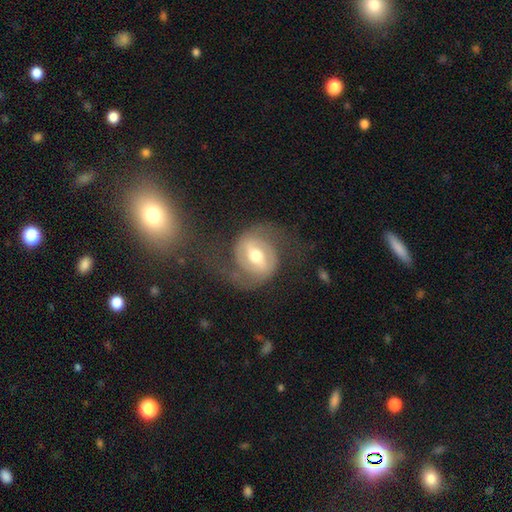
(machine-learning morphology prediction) Smooth or featured? featured or disk (83%)
Edge-on disk? no (97%)
Bar? strong (44%)
Spiral arms? yes (92%)
Spiral winding? medium (50%)
Spiral arm count? 2 (90%)
Bulge size? moderate (74%)
Merging? none (69%)